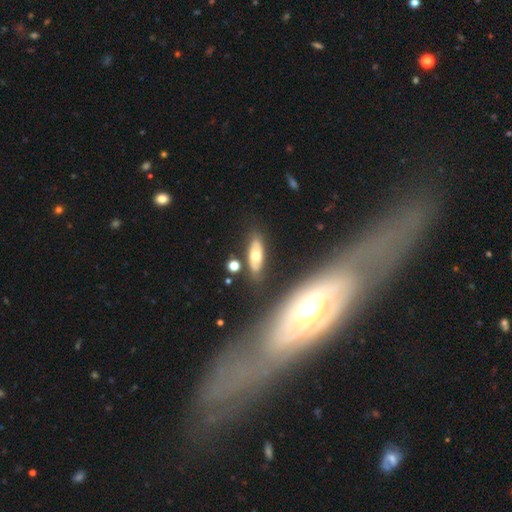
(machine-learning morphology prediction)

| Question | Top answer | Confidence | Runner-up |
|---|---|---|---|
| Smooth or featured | smooth | 49% | featured or disk (44%) |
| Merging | none | 78% | minor disturbance (13%) |